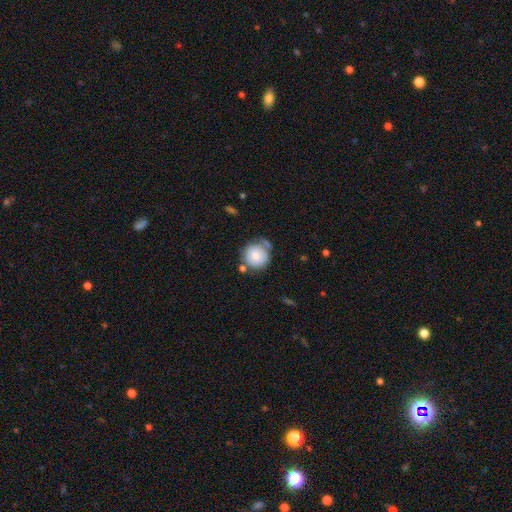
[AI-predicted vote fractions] Q: Smooth or featured?
A: smooth (73%); runner-up: featured or disk (20%)
Q: How rounded?
A: round (91%); runner-up: in between (8%)
Q: Merging?
A: none (60%); runner-up: minor disturbance (19%)